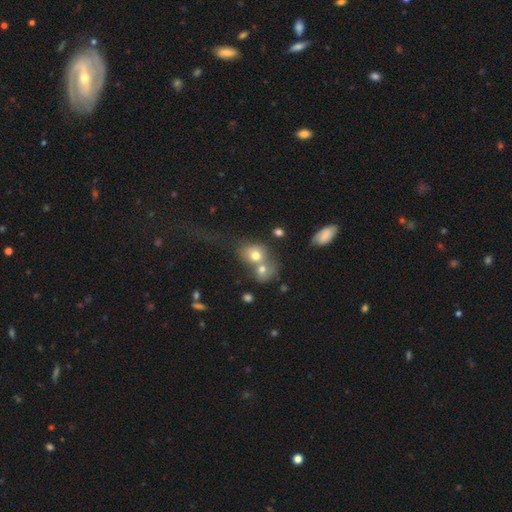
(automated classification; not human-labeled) smooth_or_featured: smooth (p=0.67) [alt: featured or disk p=0.20]
how_rounded: round (p=0.54) [alt: in between p=0.44]
merging: merger (p=0.62) [alt: none p=0.23]